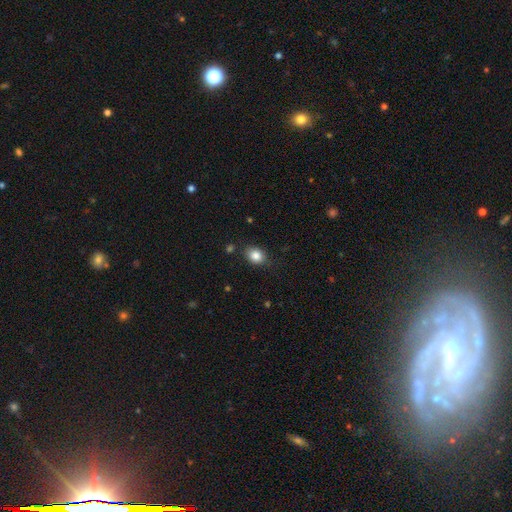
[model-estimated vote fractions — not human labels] smooth-or-featured: smooth: 85% | star or artifact: 9% | featured or disk: 6%
  how-rounded: in between: 58% | round: 41% | cigar-shaped: 1%
  merging: none: 80% | minor disturbance: 14% | major disturbance: 3% | merger: 2%